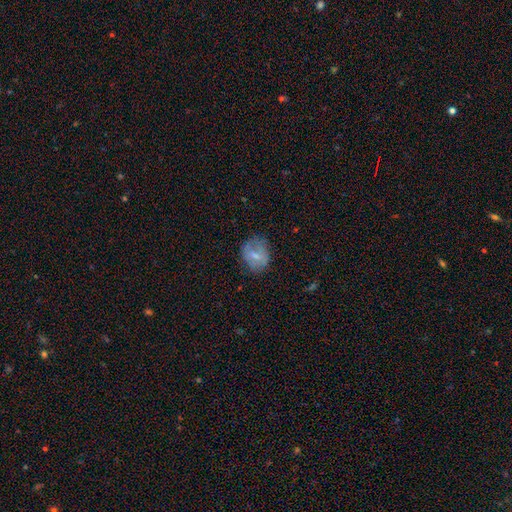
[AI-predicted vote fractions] Smooth or featured? Predicted: smooth (p=0.55). How rounded? Predicted: round (p=0.51). Merging? Predicted: none (p=0.65).